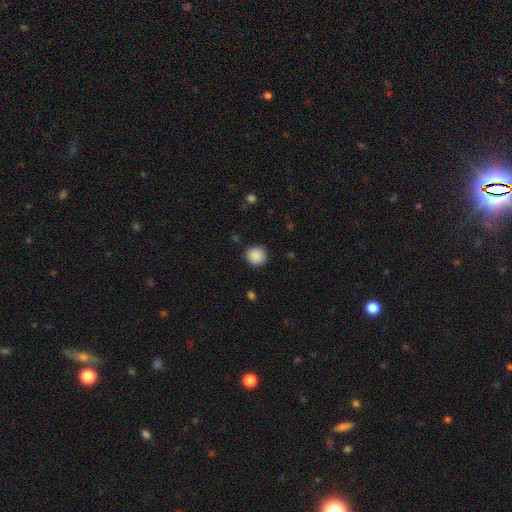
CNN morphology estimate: A smooth galaxy with no disk features (89%) that is round (88%). Merging: none (88%).